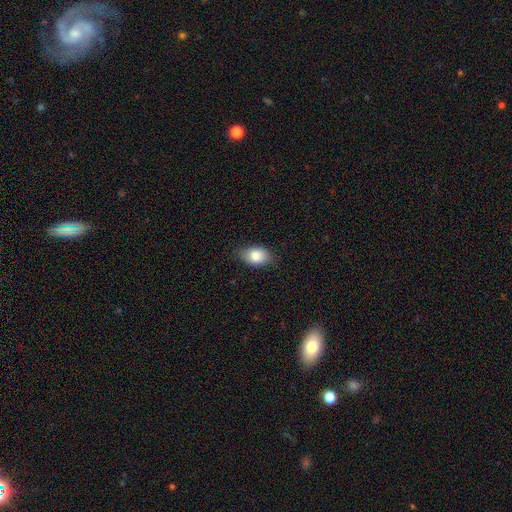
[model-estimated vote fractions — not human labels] Smooth or featured? Predicted: smooth (p=0.84). How rounded? Predicted: in between (p=0.86). Merging? Predicted: none (p=0.80).